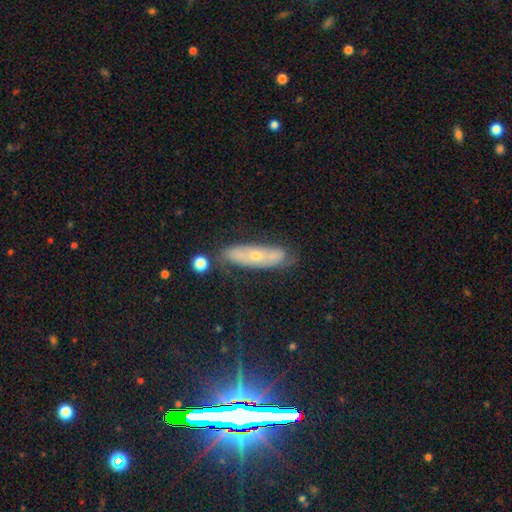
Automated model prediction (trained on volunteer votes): Q: Smooth or featured?
A: featured or disk (54%); runner-up: smooth (36%)
Q: Edge-on disk?
A: no (62%); runner-up: yes (38%)
Q: Merging?
A: none (69%); runner-up: minor disturbance (21%)